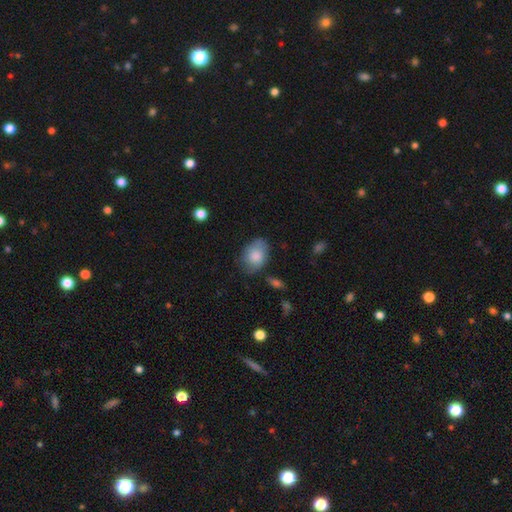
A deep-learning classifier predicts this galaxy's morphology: This is clearly a smooth galaxy (81%). How rounded: likely in between (80%). Merging: likely none (65%).